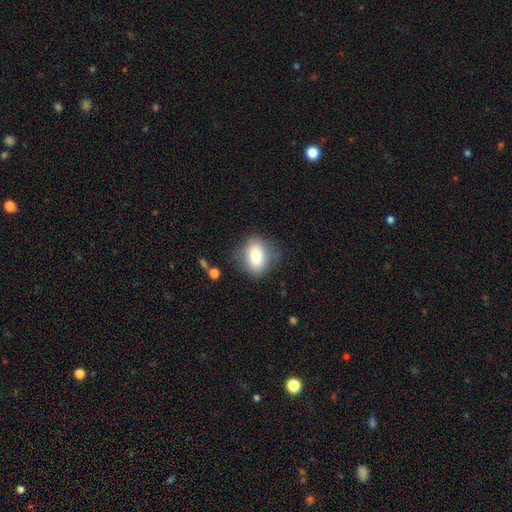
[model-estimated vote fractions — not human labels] A smooth galaxy with no disk features (77%) that is in between round and cigar-shaped (52%). Merging: none (77%).